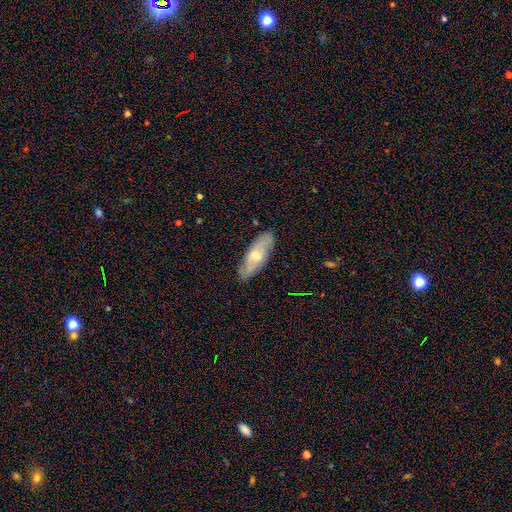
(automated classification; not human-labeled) Morphology: type=featured or disk (48%); merging=none (83%).